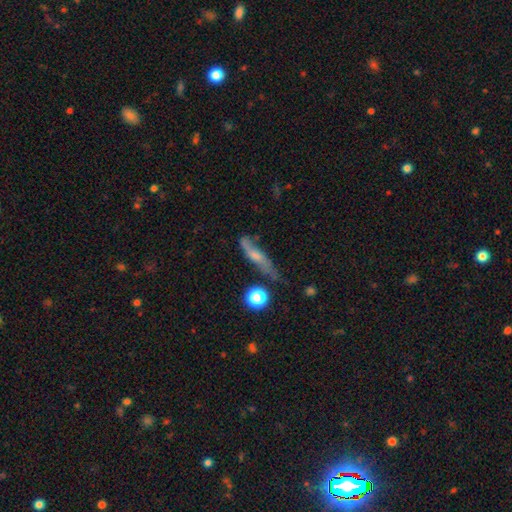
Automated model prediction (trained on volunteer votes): A smooth galaxy with no disk features (45%).

Vote fractions:
- Smooth or featured? smooth: 45% / featured or disk: 44% / star or artifact: 11%
- Merging? none: 55% / minor disturbance: 27% / major disturbance: 12% / merger: 6%